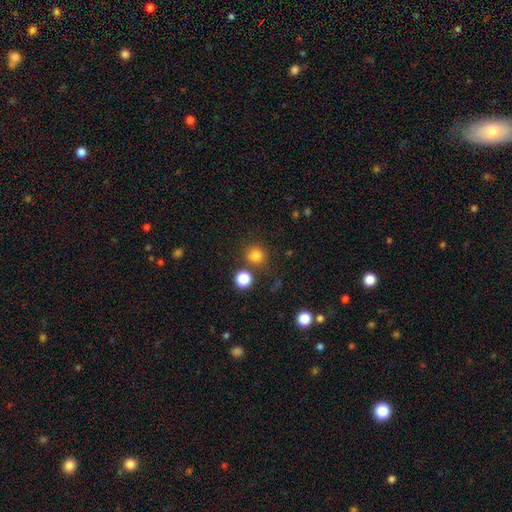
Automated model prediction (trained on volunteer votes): Smooth or featured? smooth (81%)
How rounded? round (91%)
Merging? none (78%)